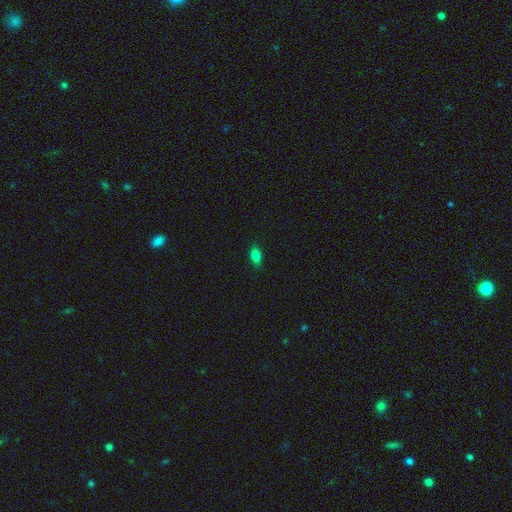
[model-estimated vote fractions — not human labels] smooth_or_featured: smooth (p=0.83) [alt: star or artifact p=0.11]
how_rounded: in between (p=0.84) [alt: round p=0.12]
merging: none (p=0.85) [alt: minor disturbance p=0.12]